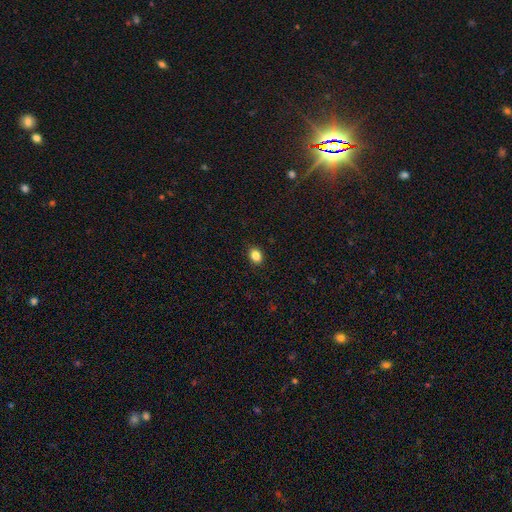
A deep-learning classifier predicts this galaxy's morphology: smooth 85%, star or artifact 10%, featured or disk 5%. Down the decision tree: how rounded — in between (67%); merging — none (90%).